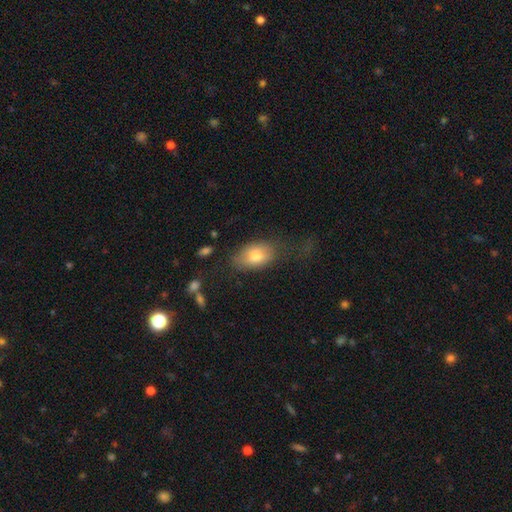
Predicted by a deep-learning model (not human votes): A smooth galaxy with no disk features (76%) that is in between round and cigar-shaped (89%).

Vote fractions:
- Smooth or featured? smooth: 76% / featured or disk: 17% / star or artifact: 7%
- How rounded? in between: 89% / round: 9% / cigar-shaped: 2%
- Merging? none: 57% / minor disturbance: 24% / major disturbance: 16% / merger: 3%